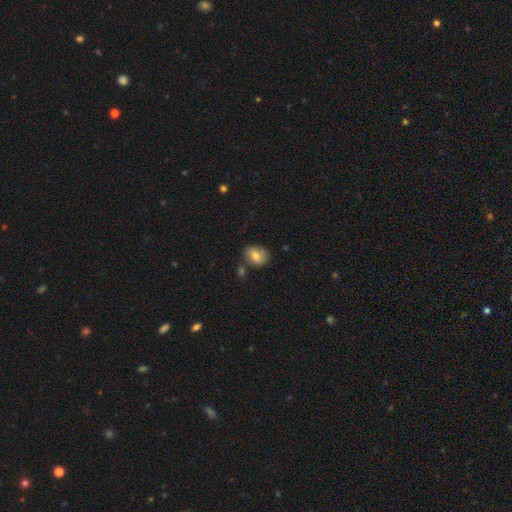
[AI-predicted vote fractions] Smooth or featured? Predicted: smooth (p=0.79). How rounded? Predicted: in between (p=0.62). Merging? Predicted: none (p=0.70).